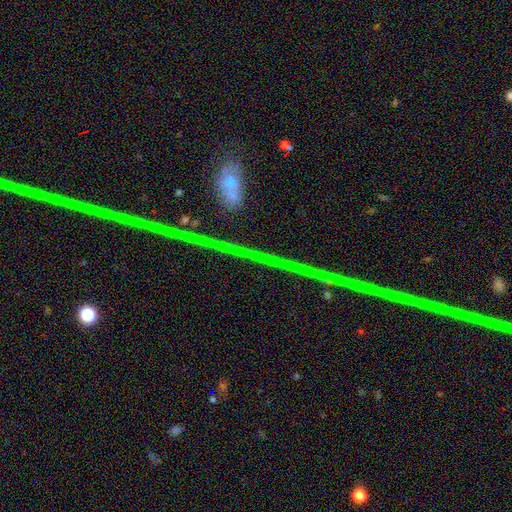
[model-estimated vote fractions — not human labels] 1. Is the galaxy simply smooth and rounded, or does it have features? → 74% star or artifact, 16% featured or disk, 10% smooth.